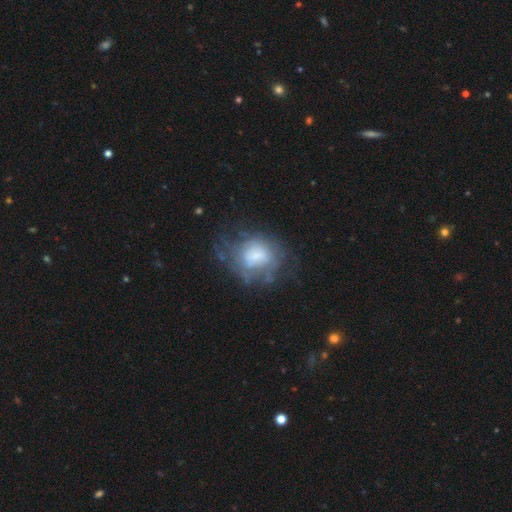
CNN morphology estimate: Smooth or featured? Predicted: featured or disk (p=0.51). Edge-on disk? Predicted: no (p=0.97). Bar? Predicted: no (p=0.68). Spiral arms? Predicted: no (p=0.54). Bulge size? Predicted: small (p=0.33). Merging? Predicted: none (p=0.49).